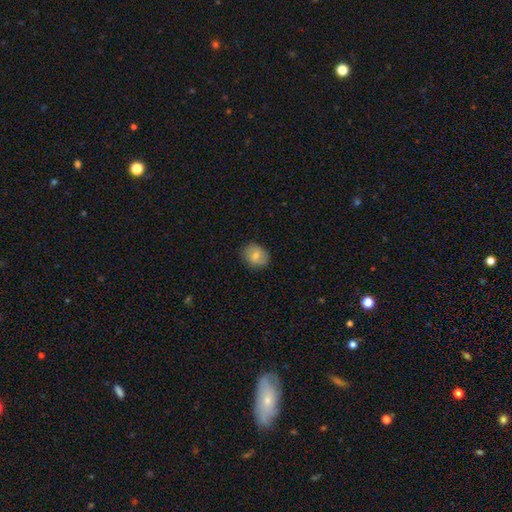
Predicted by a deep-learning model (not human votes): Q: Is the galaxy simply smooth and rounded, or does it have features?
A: smooth — 71%.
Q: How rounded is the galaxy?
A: round — 51%.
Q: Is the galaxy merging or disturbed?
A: none — 83%.